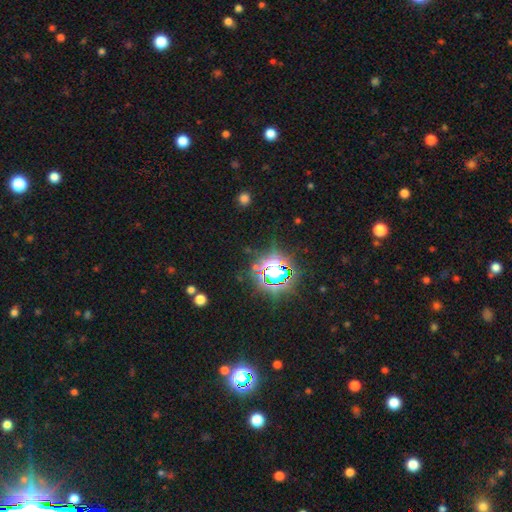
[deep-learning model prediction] smooth_or_featured: star or artifact (p=0.78) [alt: smooth p=0.14]